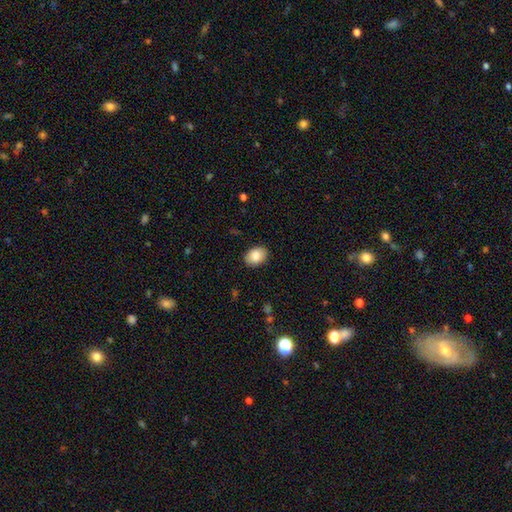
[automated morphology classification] This is clearly a smooth galaxy (86%). How rounded: likely in between (79%). Merging: clearly none (89%).